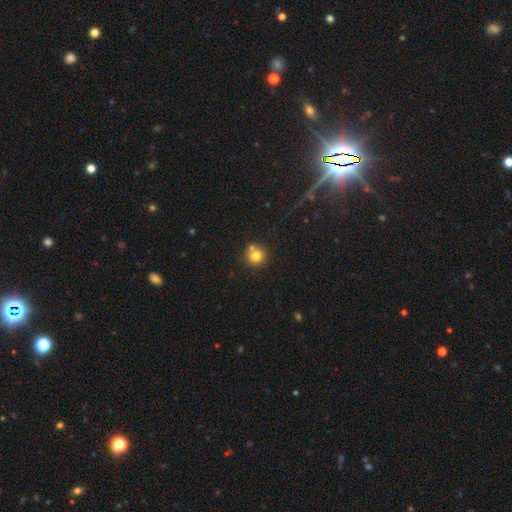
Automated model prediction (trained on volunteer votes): smooth_or_featured: smooth (p=0.77) [alt: star or artifact p=0.12]
how_rounded: round (p=0.91) [alt: in between p=0.08]
merging: none (p=0.64) [alt: merger p=0.25]